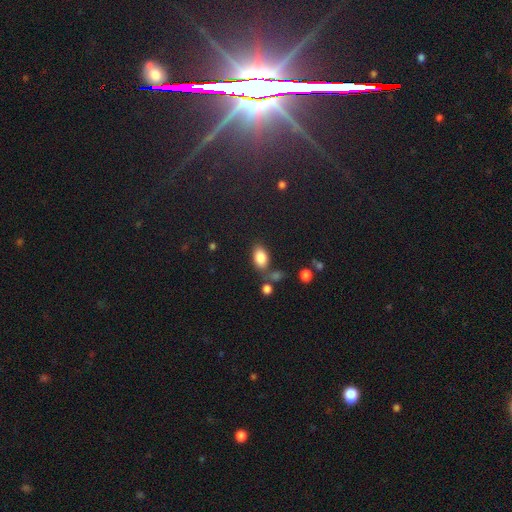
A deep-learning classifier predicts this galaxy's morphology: Q: Smooth or featured?
A: smooth (63%); runner-up: star or artifact (26%)
Q: How rounded?
A: in between (81%); runner-up: round (15%)
Q: Merging?
A: none (76%); runner-up: minor disturbance (11%)